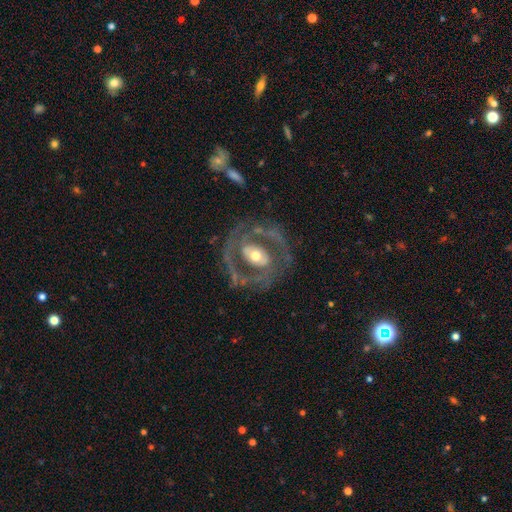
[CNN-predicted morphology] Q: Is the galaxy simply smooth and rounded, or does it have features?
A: featured or disk — 81%.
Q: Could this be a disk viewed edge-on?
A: no — 96%.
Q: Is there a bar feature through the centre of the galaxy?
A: no — 46%.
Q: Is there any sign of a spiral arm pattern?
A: yes — 70%.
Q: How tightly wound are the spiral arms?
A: medium — 44%.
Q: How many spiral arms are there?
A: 2 — 68%.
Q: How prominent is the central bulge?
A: moderate — 68%.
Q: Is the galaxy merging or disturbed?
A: none — 67%.